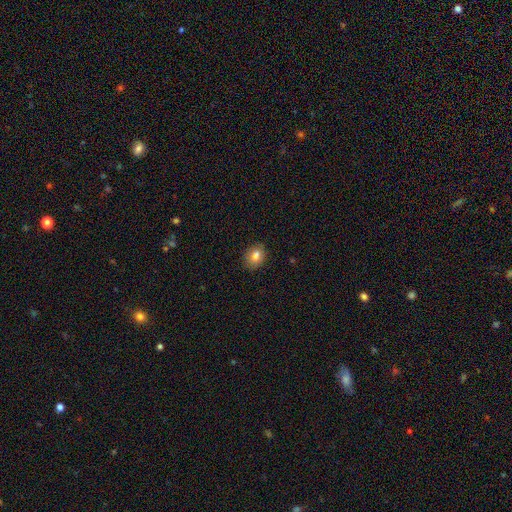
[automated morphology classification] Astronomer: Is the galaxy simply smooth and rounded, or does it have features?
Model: smooth — 81%.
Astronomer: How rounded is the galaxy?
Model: in between — 64%.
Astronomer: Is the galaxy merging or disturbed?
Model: none — 84%.